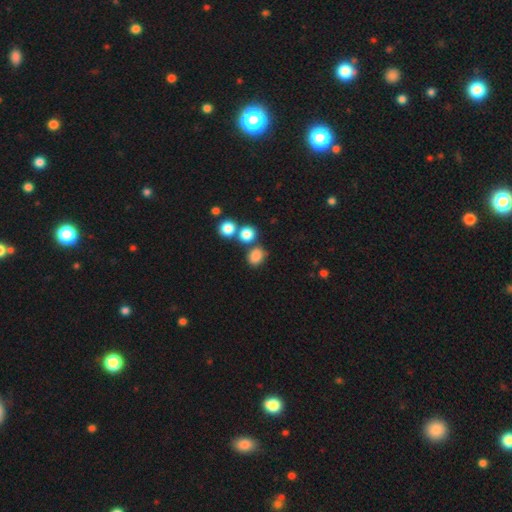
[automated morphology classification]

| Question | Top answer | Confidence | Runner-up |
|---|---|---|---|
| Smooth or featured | smooth | 82% | star or artifact (13%) |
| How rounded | round | 63% | in between (36%) |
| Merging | none | 66% | merger (17%) |